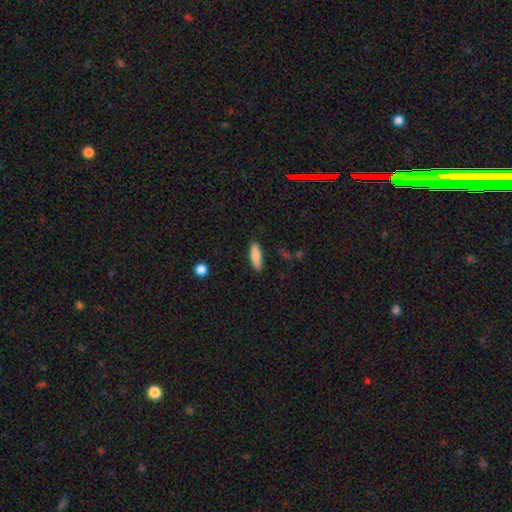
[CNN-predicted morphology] Q: Smooth or featured?
A: smooth (83%); runner-up: featured or disk (10%)
Q: How rounded?
A: in between (54%); runner-up: cigar-shaped (44%)
Q: Merging?
A: none (88%); runner-up: minor disturbance (9%)